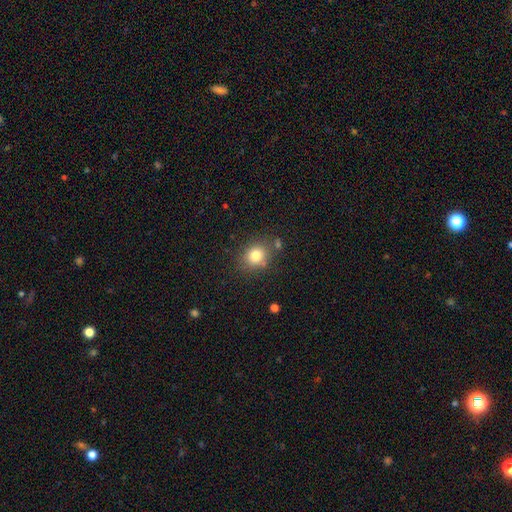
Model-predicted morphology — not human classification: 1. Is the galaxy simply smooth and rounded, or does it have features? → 79% smooth, 12% star or artifact, 9% featured or disk.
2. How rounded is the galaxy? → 66% round, 33% in between, 1% cigar-shaped.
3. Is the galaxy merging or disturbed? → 78% none, 13% minor disturbance, 6% merger, 4% major disturbance.